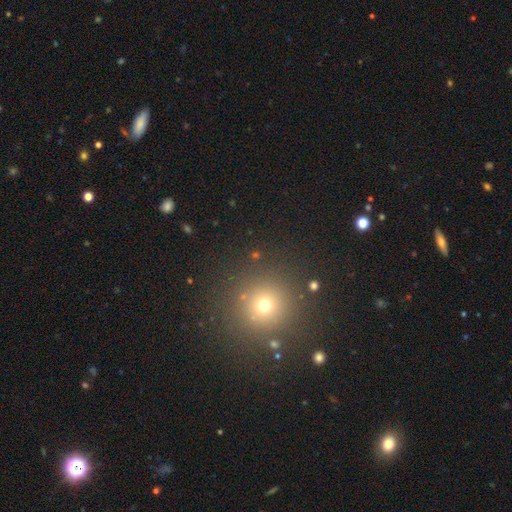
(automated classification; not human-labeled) Q: Smooth or featured?
A: smooth (59%); runner-up: star or artifact (34%)
Q: How rounded?
A: round (94%); runner-up: in between (5%)
Q: Merging?
A: none (87%); runner-up: minor disturbance (6%)